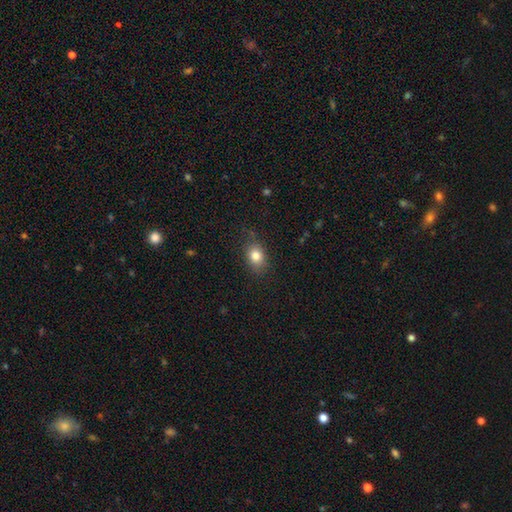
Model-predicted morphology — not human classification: A smooth galaxy with no disk features (81%) that is in between round and cigar-shaped (61%).

Vote fractions:
- Smooth or featured? smooth: 81% / star or artifact: 10% / featured or disk: 8%
- How rounded? in between: 61% / round: 37% / cigar-shaped: 1%
- Merging? none: 79% / minor disturbance: 16% / major disturbance: 4% / merger: 1%